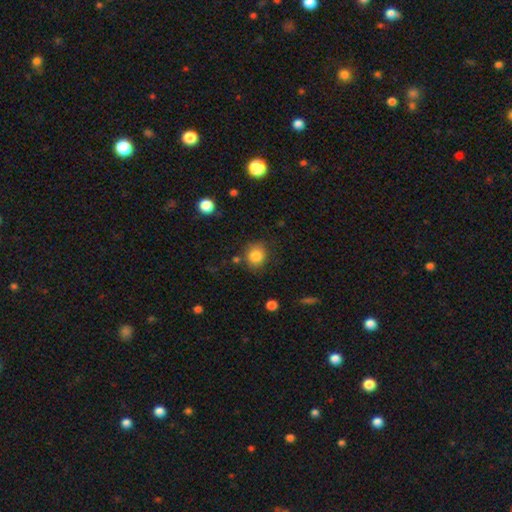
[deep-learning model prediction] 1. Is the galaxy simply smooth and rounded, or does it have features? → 85% smooth, 9% star or artifact, 6% featured or disk.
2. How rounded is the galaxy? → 83% round, 16% in between, 1% cigar-shaped.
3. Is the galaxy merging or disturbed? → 79% none, 13% minor disturbance, 4% major disturbance, 4% merger.